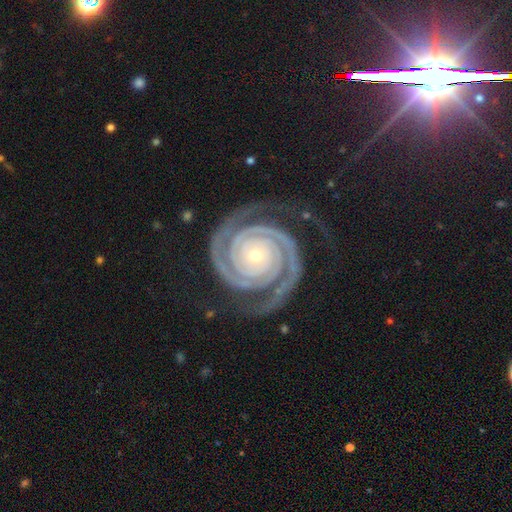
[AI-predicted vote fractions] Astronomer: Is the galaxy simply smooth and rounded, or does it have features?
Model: featured or disk — 95%.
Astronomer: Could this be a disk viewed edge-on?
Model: no — 98%.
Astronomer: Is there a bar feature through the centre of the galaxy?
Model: no — 78%.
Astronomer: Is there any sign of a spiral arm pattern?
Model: yes — 99%.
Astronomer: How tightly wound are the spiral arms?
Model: tight — 89%.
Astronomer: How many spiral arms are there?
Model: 2 — 90%.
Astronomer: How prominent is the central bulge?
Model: small — 71%.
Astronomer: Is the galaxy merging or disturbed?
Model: none — 83%.